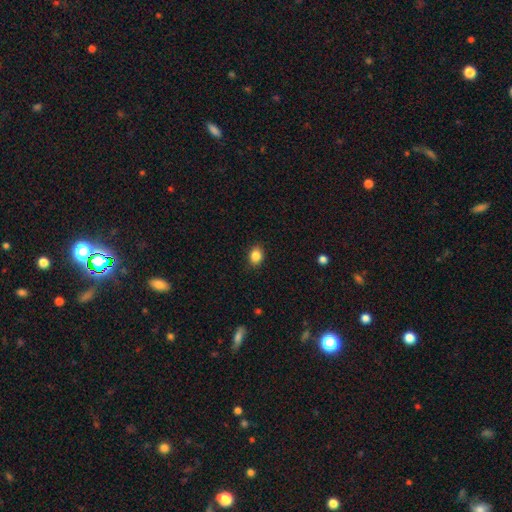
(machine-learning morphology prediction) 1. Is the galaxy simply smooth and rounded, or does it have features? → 86% smooth, 10% star or artifact, 5% featured or disk.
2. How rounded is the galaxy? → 55% in between, 44% round, 1% cigar-shaped.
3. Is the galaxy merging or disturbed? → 88% none, 9% minor disturbance, 2% major disturbance, 1% merger.